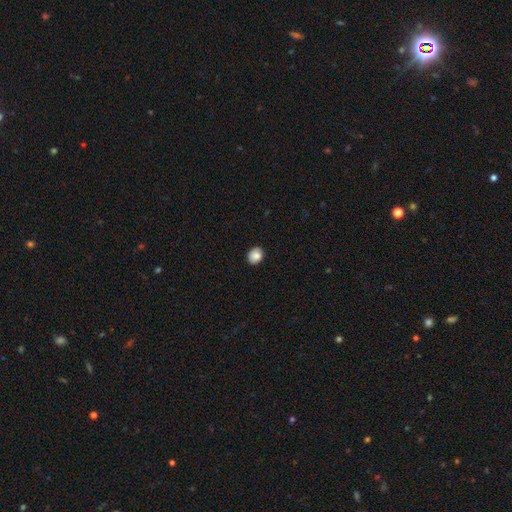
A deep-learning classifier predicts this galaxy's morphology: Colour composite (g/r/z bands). It shows a smooth galaxy with no disk features (87%) that is round (55%). Merging: none (89%).